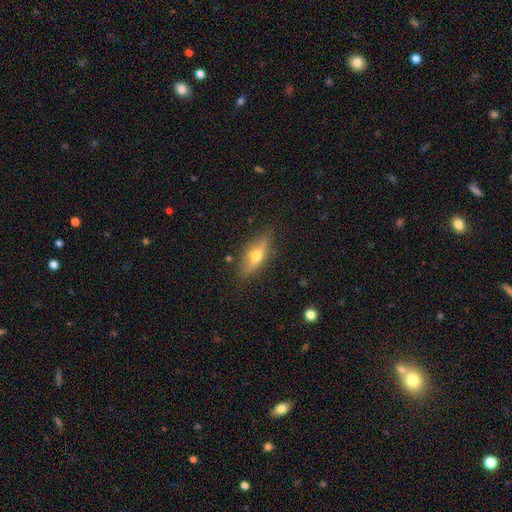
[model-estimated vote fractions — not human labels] Smooth or featured?
  - featured or disk: 57% *
  - smooth: 35%
  - star or artifact: 9%
Edge-on disk?
  - yes: 88% *
  - no: 12%
Merging?
  - none: 83% *
  - minor disturbance: 12%
  - major disturbance: 3%
  - merger: 2%